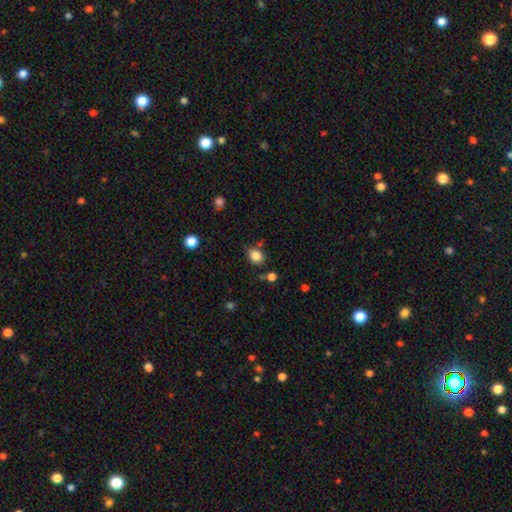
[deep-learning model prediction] smooth-or-featured: smooth: 85% | star or artifact: 10% | featured or disk: 5%
  how-rounded: in between: 56% | round: 43% | cigar-shaped: 1%
  merging: none: 74% | minor disturbance: 15% | merger: 7% | major disturbance: 4%